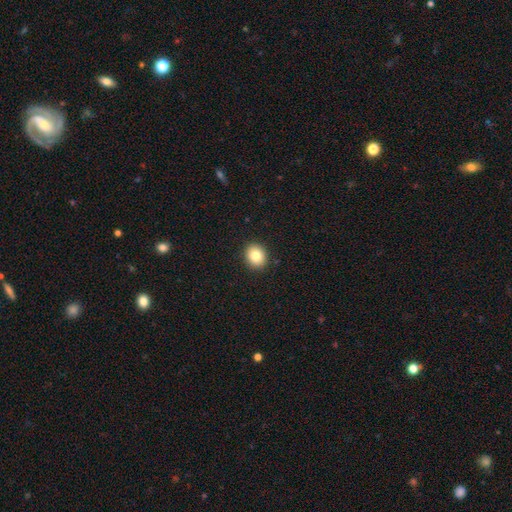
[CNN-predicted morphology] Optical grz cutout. It shows a smooth galaxy with no disk features (83%) that is round (67%). Merging: none (92%).